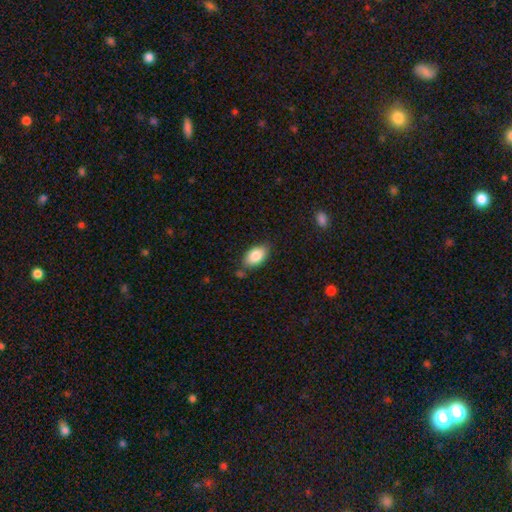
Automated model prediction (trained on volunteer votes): This appears to be a smooth galaxy with no disk features (85%) that is in between round and cigar-shaped (92%). Merging: none (77%).